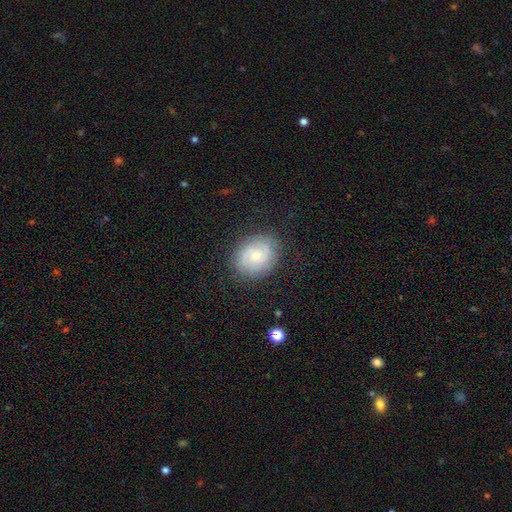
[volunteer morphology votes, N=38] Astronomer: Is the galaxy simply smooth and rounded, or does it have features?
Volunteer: featured or disk — 55% (runner-up: smooth, 37%).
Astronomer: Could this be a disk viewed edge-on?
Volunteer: no — 95%.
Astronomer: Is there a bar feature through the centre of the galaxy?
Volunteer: no — 75%.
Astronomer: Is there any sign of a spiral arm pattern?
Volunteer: yes — 90%.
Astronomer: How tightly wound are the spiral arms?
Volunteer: tight — 56% (runner-up: medium, 39%).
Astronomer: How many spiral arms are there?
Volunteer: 2 — 56%.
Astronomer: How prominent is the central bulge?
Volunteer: small — 70%.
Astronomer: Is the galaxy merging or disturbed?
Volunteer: none — 86%.